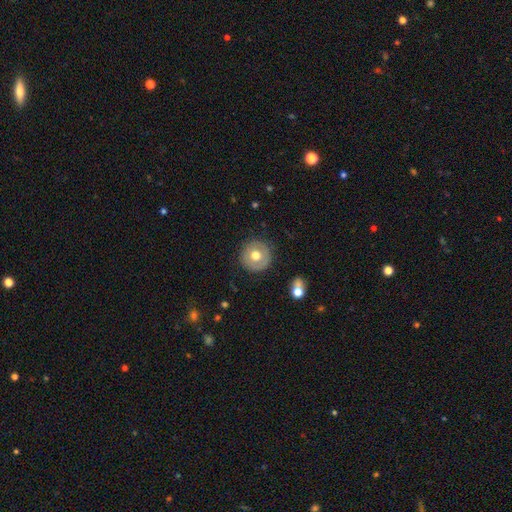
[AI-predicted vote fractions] Smooth or featured?
  - smooth: 60% *
  - featured or disk: 33%
  - star or artifact: 8%
How rounded?
  - round: 95% *
  - in between: 4%
  - cigar-shaped: 1%
Merging?
  - none: 87% *
  - minor disturbance: 8%
  - major disturbance: 3%
  - merger: 1%